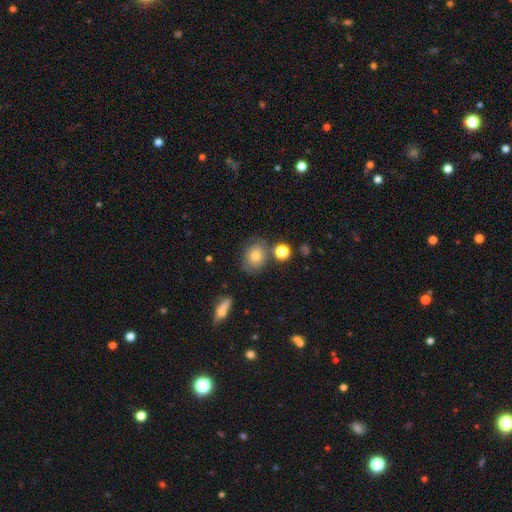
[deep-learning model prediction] Smooth or featured? Predicted: smooth (p=0.73). How rounded? Predicted: round (p=0.56). Merging? Predicted: none (p=0.71).